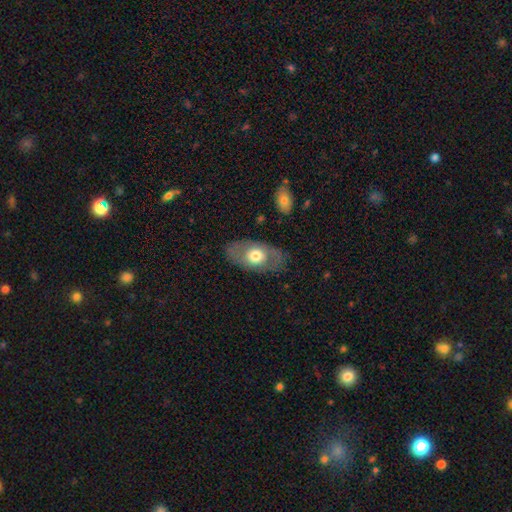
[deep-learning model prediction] Smooth or featured?
  - smooth: 53% *
  - featured or disk: 41%
  - star or artifact: 6%
How rounded?
  - in between: 83% *
  - round: 15%
  - cigar-shaped: 2%
Merging?
  - none: 79% *
  - minor disturbance: 13%
  - major disturbance: 6%
  - merger: 2%